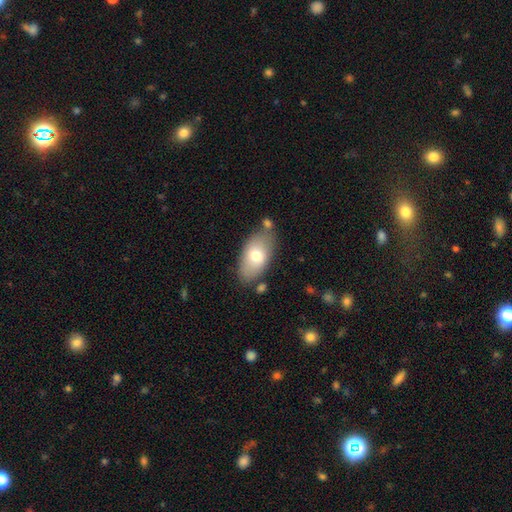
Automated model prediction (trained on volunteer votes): Smooth or featured? Predicted: smooth (p=0.71). How rounded? Predicted: in between (p=0.93). Merging? Predicted: none (p=0.69).